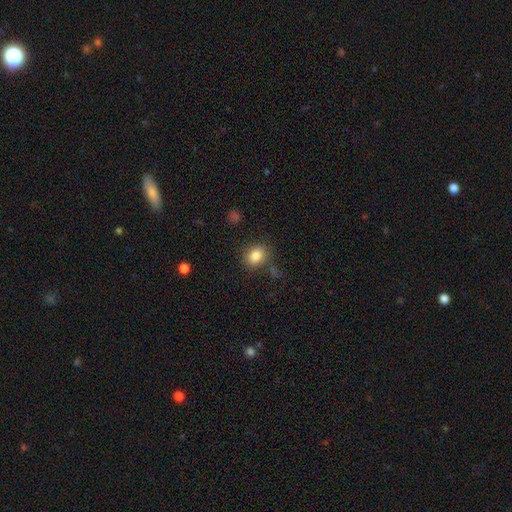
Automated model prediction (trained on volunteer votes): Smooth or featured: smooth — 83% (star or artifact — 10%)
How rounded: in between — 53% (round — 46%)
Merging: none — 77% (minor disturbance — 14%)